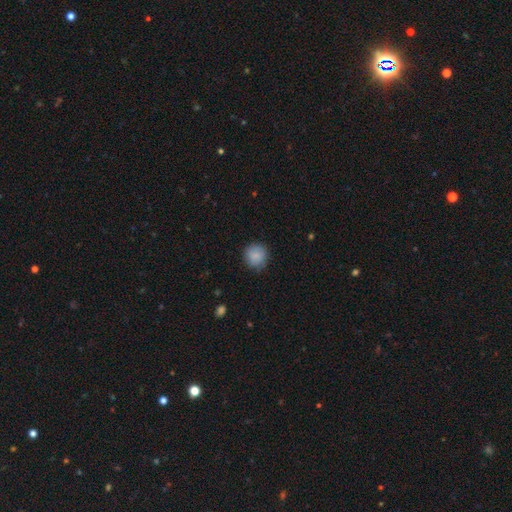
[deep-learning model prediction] Smooth or featured? smooth (85%)
How rounded? round (91%)
Merging? none (83%)